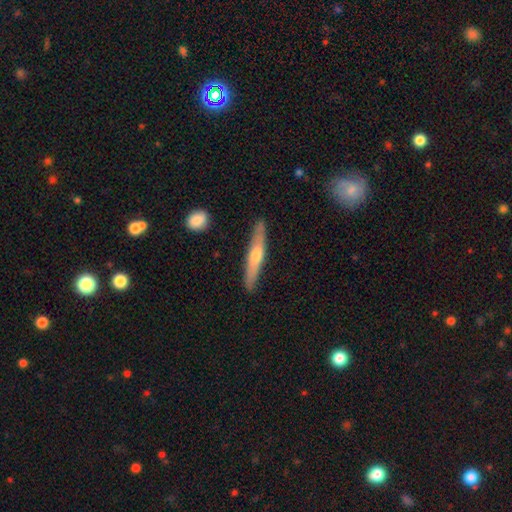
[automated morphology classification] Smooth or featured? featured or disk (49%)
Merging? none (88%)